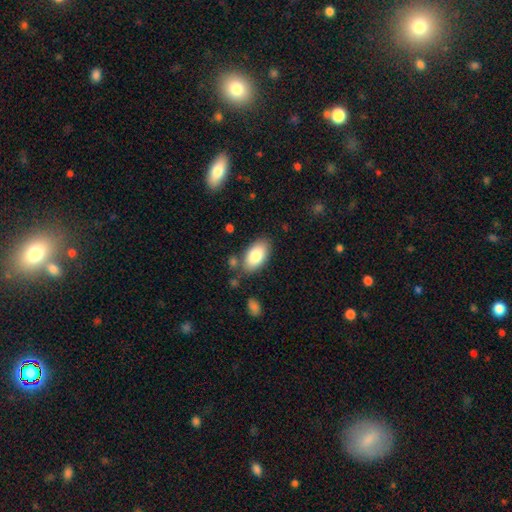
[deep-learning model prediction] This is clearly a smooth galaxy (82%). How rounded: clearly in between (94%). Merging: likely none (79%).